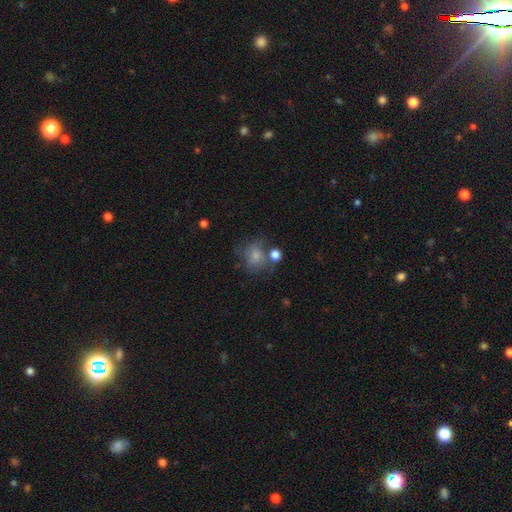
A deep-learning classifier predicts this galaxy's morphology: A smooth galaxy with no disk features (68%) that is round (69%).

Vote fractions:
- Smooth or featured? smooth: 68% / featured or disk: 21% / star or artifact: 11%
- How rounded? round: 69% / in between: 30% / cigar-shaped: 1%
- Merging? none: 44% / minor disturbance: 22% / merger: 18% / major disturbance: 16%